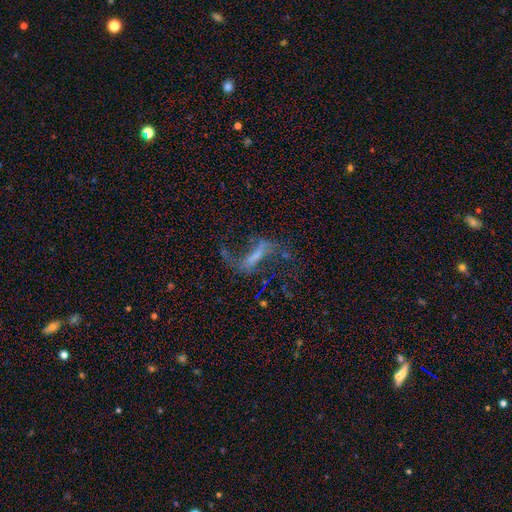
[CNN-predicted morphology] Q: Smooth or featured?
A: featured or disk (73%); runner-up: smooth (15%)
Q: Edge-on disk?
A: no (88%); runner-up: yes (12%)
Q: Bar?
A: strong (56%); runner-up: weak (28%)
Q: Spiral arms?
A: yes (80%); runner-up: no (20%)
Q: Spiral winding?
A: loose (86%); runner-up: medium (11%)
Q: Spiral arm count?
A: 2 (85%); runner-up: 1 (8%)
Q: Bulge size?
A: none (49%); runner-up: small (28%)
Q: Merging?
A: none (50%); runner-up: major disturbance (30%)